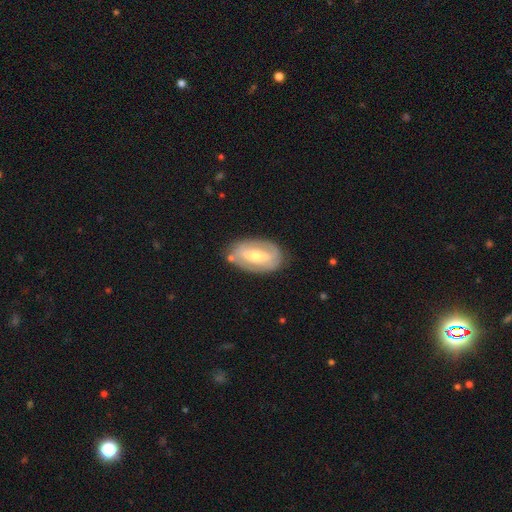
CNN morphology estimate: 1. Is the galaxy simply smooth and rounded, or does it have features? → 62% featured or disk, 32% smooth, 6% star or artifact.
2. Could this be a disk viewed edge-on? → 90% no, 10% yes.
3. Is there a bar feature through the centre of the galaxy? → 42% strong, 35% weak, 23% no.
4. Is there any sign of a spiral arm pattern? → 52% yes, 48% no.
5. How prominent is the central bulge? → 60% moderate, 34% small, 5% large, 1% none, 1% dominant.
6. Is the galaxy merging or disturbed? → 75% none, 17% minor disturbance, 5% major disturbance, 4% merger.